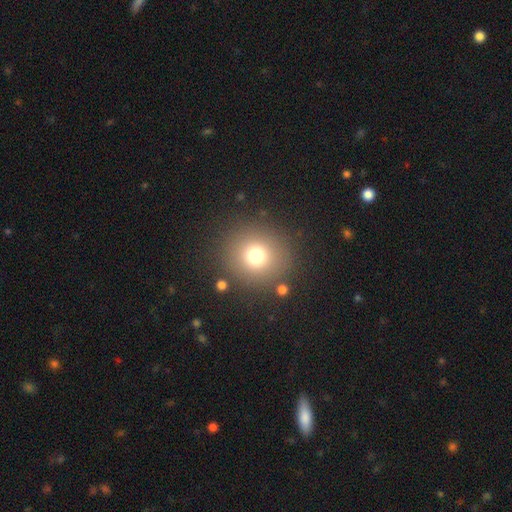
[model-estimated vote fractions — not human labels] This appears to be a smooth galaxy with no disk features (74%) that is round (91%). Merging: none (85%).